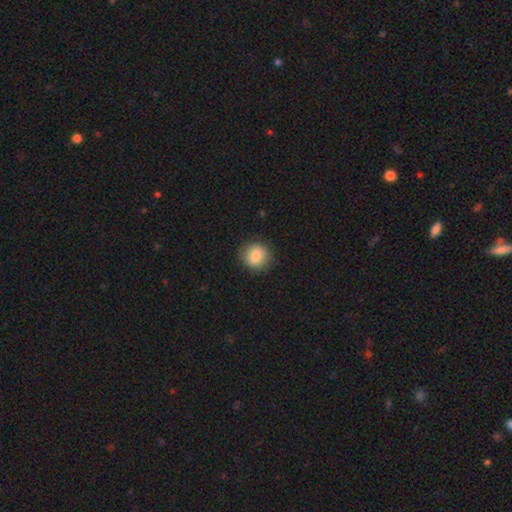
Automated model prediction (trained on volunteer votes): The model was most divided on "smooth or featured": smooth: 81%, featured or disk: 10%, star or artifact: 8%. More confident: how rounded — round (87%); merging — none (84%).